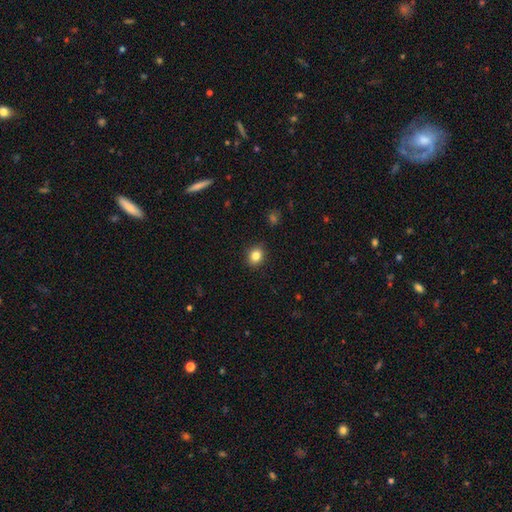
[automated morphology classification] Smooth or featured? Predicted: smooth (p=0.84). How rounded? Predicted: round (p=0.66). Merging? Predicted: none (p=0.90).